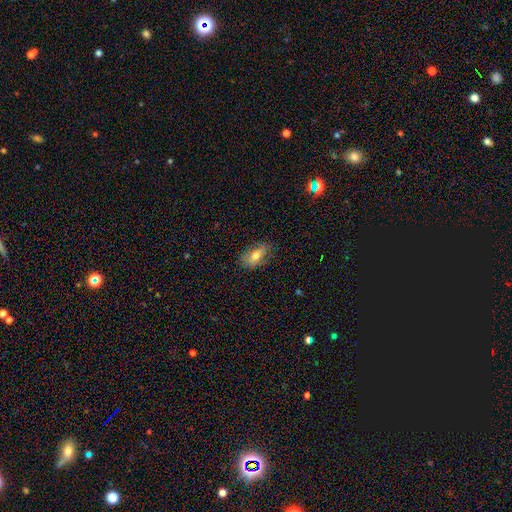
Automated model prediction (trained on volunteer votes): Overall: smooth (63%; featured or disk 29%). How rounded: in between (85%). Merging: none (73%).